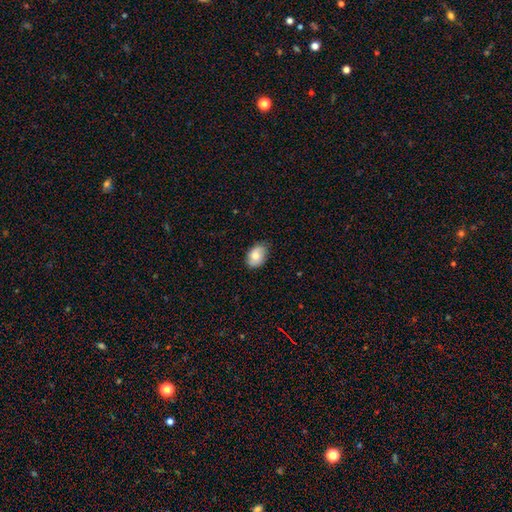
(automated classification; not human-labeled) smooth 74%, featured or disk 19%, star or artifact 7%. Down the decision tree: how rounded — in between (85%); merging — none (78%).